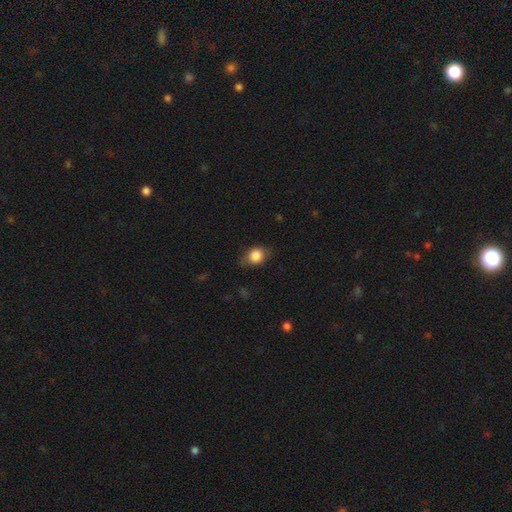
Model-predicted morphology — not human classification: Smooth or featured? smooth (84%)
How rounded? in between (50%)
Merging? none (73%)